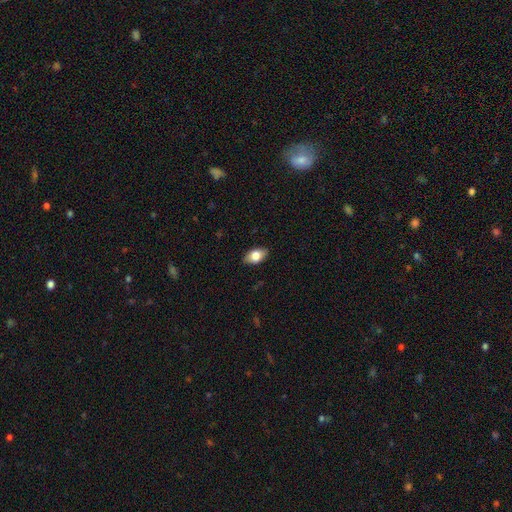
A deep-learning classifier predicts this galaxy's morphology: Overall: smooth (77%). How rounded: in between (91%). Merging: none (87%).